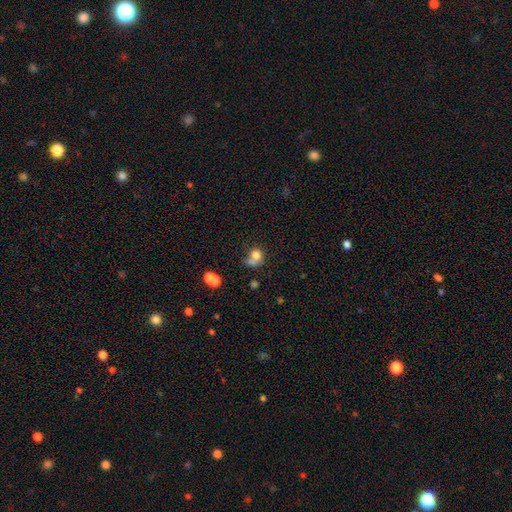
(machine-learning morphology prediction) Q: Smooth or featured?
A: smooth (75%); runner-up: featured or disk (14%)
Q: How rounded?
A: round (69%); runner-up: in between (30%)
Q: Merging?
A: none (34%); runner-up: merger (28%)